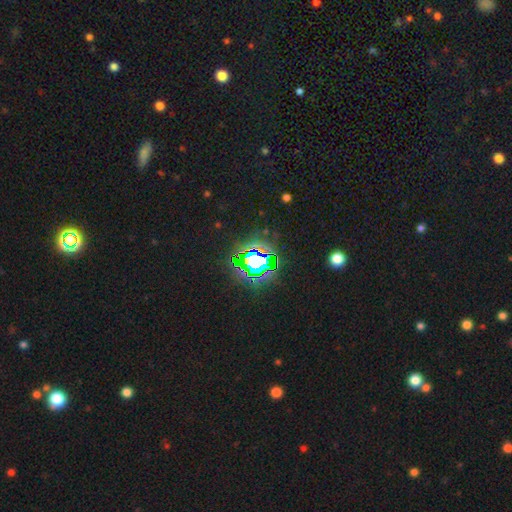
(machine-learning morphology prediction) smooth_or_featured: star or artifact (p=0.80) [alt: smooth p=0.12]